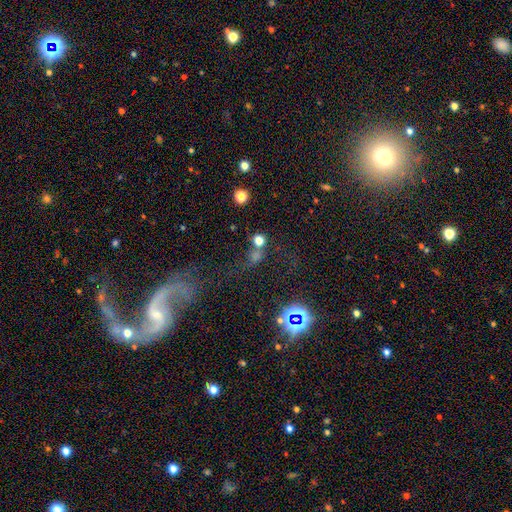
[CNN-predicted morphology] This is marginally a star or artifact rather than a galaxy (41%).